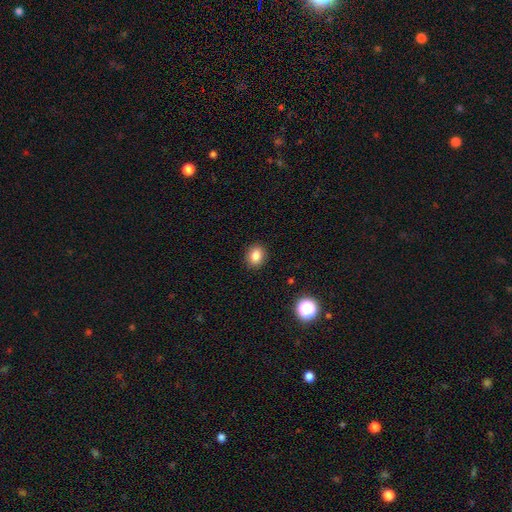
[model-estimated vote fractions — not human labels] A smooth galaxy with no disk features (83%) that is round (51%). Merging: none (90%).